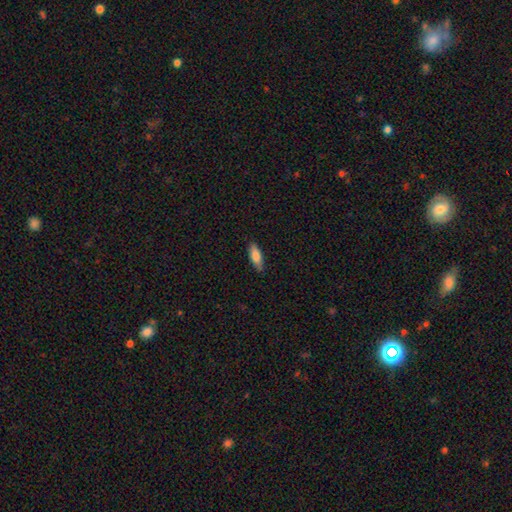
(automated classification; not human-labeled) A smooth galaxy with no disk features (83%) that is in between round and cigar-shaped (63%).

Vote fractions:
- Smooth or featured? smooth: 83% / featured or disk: 11% / star or artifact: 6%
- How rounded? in between: 63% / cigar-shaped: 35% / round: 2%
- Merging? none: 83% / minor disturbance: 13% / major disturbance: 2% / merger: 1%